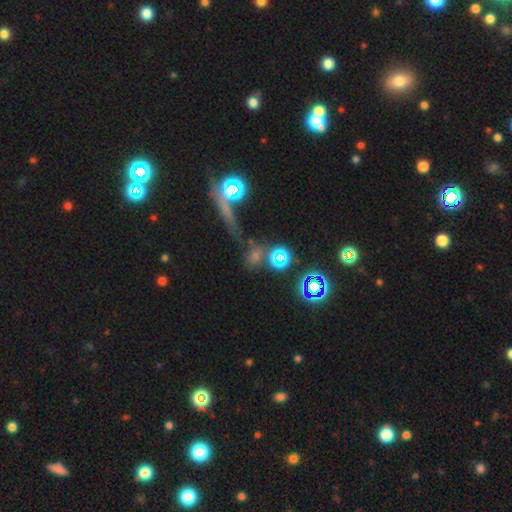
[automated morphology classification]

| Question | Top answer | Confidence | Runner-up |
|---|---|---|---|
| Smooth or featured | star or artifact | 42% | tied: smooth (42%) |